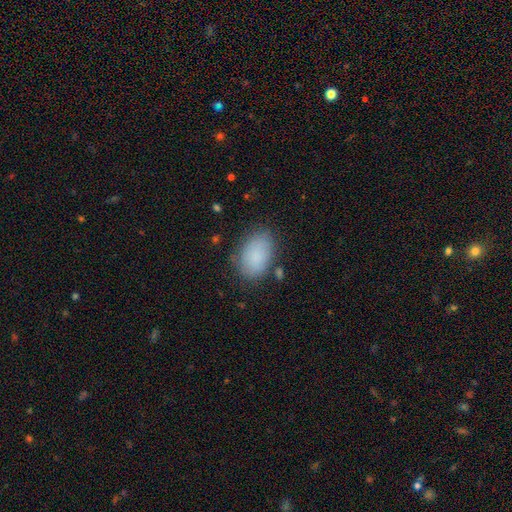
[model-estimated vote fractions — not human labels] smooth-or-featured: smooth: 85% | star or artifact: 8% | featured or disk: 7%
  how-rounded: in between: 86% | round: 13% | cigar-shaped: 1%
  merging: none: 77% | minor disturbance: 16% | major disturbance: 4% | merger: 3%